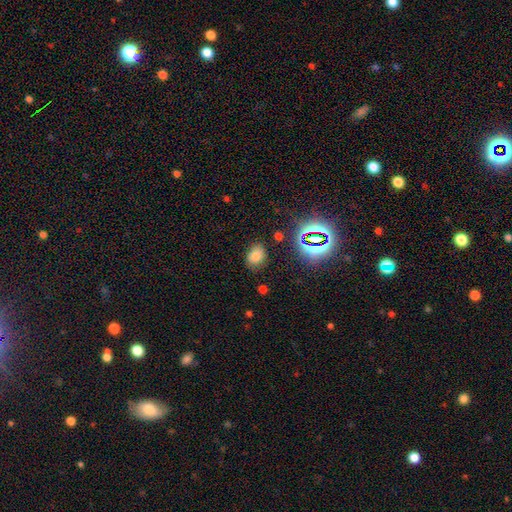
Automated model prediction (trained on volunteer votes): smooth_or_featured: smooth (p=0.71) [alt: star or artifact p=0.21]
how_rounded: in between (p=0.70) [alt: round p=0.29]
merging: none (p=0.78) [alt: minor disturbance p=0.15]